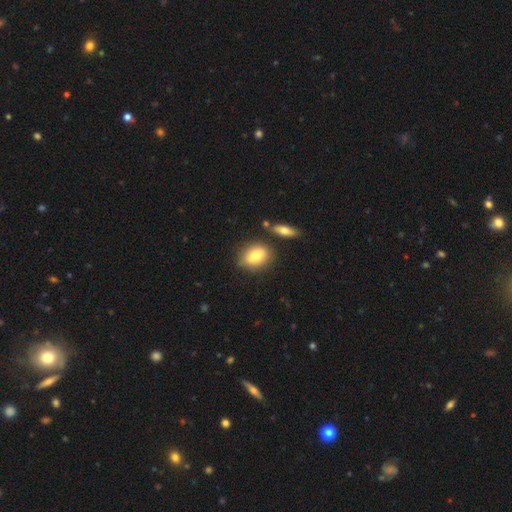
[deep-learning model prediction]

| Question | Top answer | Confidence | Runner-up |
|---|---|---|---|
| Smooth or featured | smooth | 80% | featured or disk (13%) |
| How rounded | in between | 61% | round (37%) |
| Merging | none | 74% | minor disturbance (14%) |